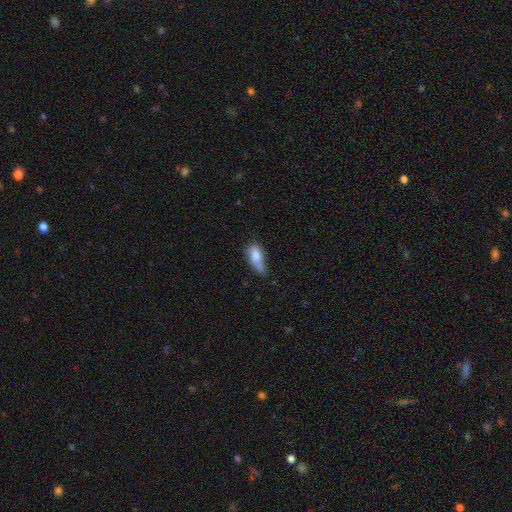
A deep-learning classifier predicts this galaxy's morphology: smooth_or_featured: smooth (p=0.73) [alt: featured or disk p=0.18]
how_rounded: in between (p=0.79) [alt: cigar-shaped p=0.16]
merging: minor disturbance (p=0.36) [alt: none p=0.29]